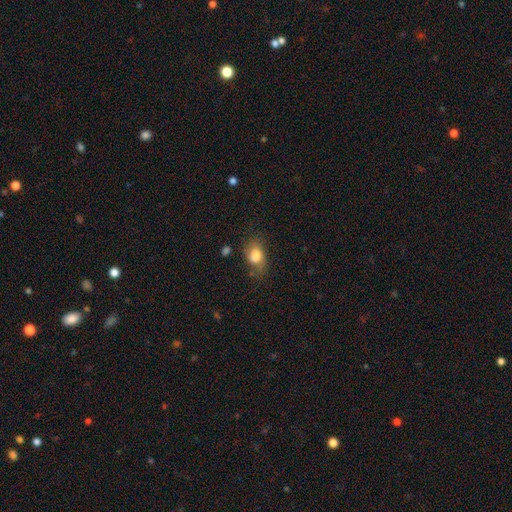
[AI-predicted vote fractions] Morphology: type=smooth (80%); roundness=in between (80%); merging=none (55%).